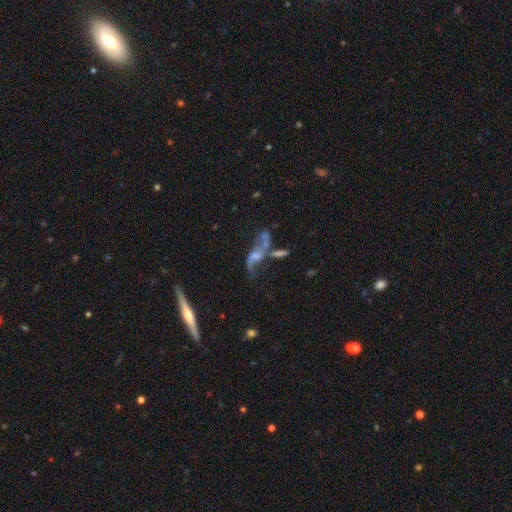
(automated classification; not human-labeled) A featured or disk galaxy (76%) with no bar (59%), spiral arms (80%) and a small central bulge (35%). Merging: none (35%).